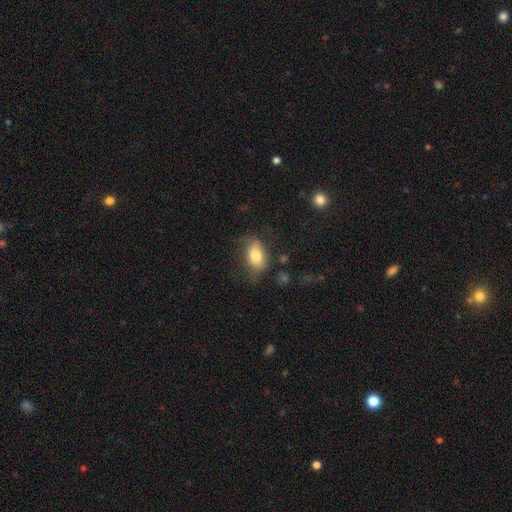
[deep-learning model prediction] Smooth or featured?
  - smooth: 78% *
  - featured or disk: 15%
  - star or artifact: 8%
How rounded?
  - in between: 88% *
  - round: 9%
  - cigar-shaped: 2%
Merging?
  - none: 58% *
  - minor disturbance: 27%
  - major disturbance: 13%
  - merger: 3%